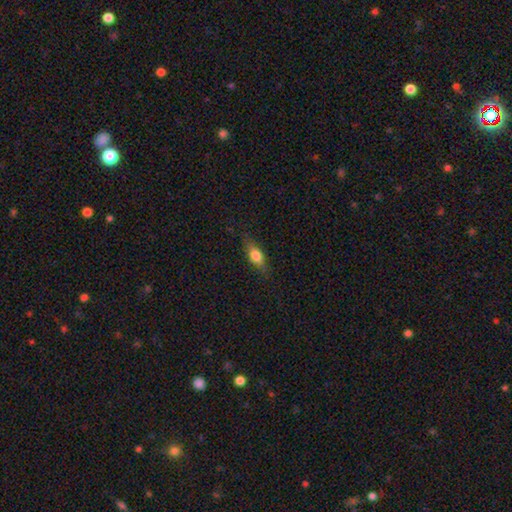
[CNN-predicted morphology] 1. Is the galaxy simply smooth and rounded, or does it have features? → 70% smooth, 22% featured or disk, 8% star or artifact.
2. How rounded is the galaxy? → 65% in between, 29% cigar-shaped, 6% round.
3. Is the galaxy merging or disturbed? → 79% none, 16% minor disturbance, 4% major disturbance, 1% merger.